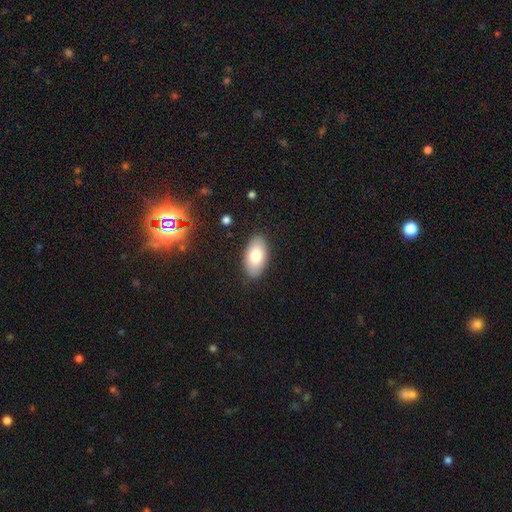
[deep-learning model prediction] A smooth galaxy with no disk features (78%) that is in between round and cigar-shaped (95%). Merging: none (87%).